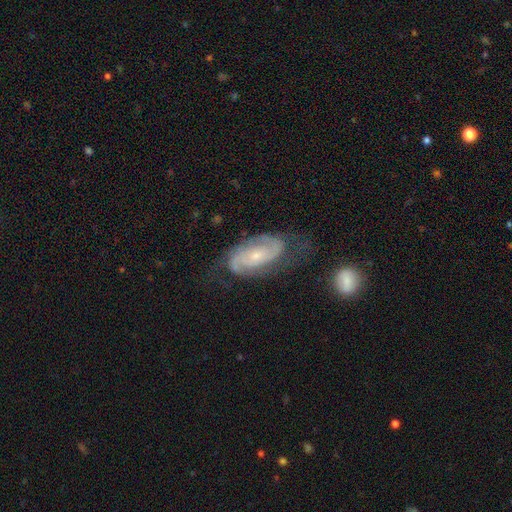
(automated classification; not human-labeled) This appears to be a featured or disk galaxy (83%) with no bar (61%), 2 (73%) tight (48%) spiral arms (95%) and a small central bulge (67%). Merging: none (60%).